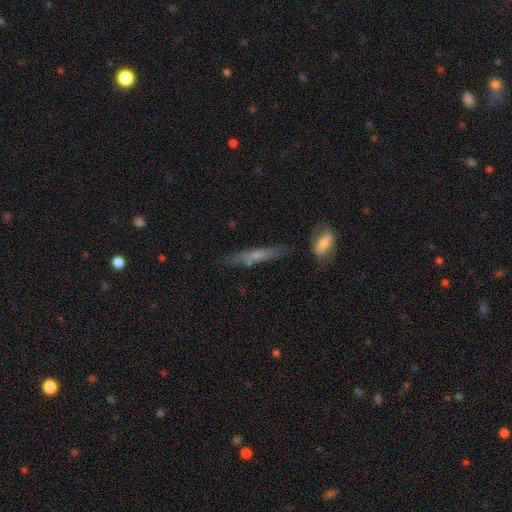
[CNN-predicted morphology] smooth 51%, featured or disk 41%, star or artifact 8%. Down the decision tree: how rounded — cigar-shaped (89%); merging — none (76%).